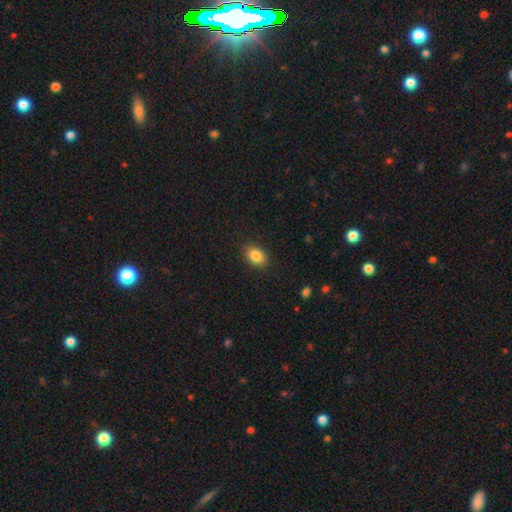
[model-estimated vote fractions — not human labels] smooth-or-featured: smooth: 86% | star or artifact: 9% | featured or disk: 6%
  how-rounded: in between: 81% | round: 17% | cigar-shaped: 1%
  merging: none: 88% | minor disturbance: 9% | major disturbance: 2% | merger: 1%